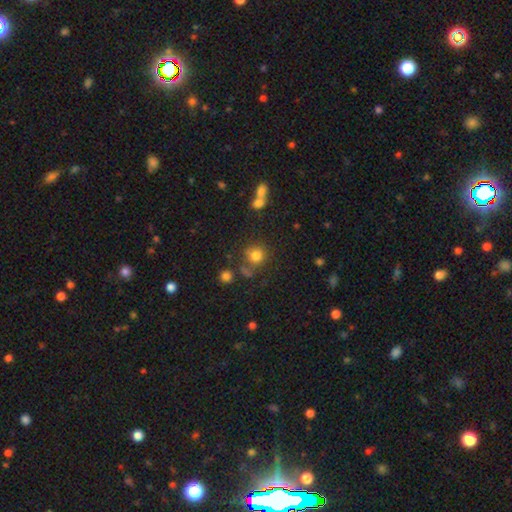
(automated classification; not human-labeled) smooth 79%, star or artifact 14%, featured or disk 8%. Down the decision tree: how rounded — round (86%); merging — none (64%).